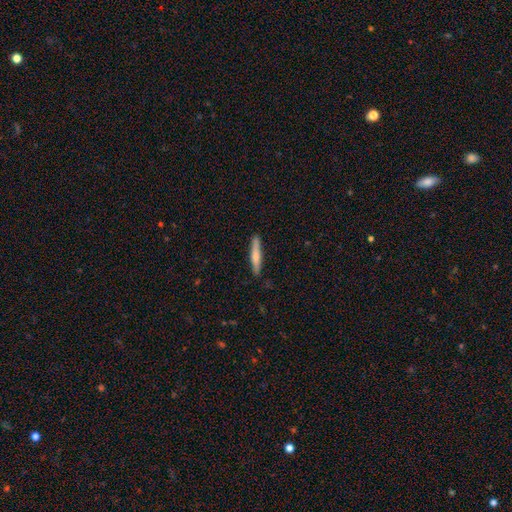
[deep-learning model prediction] smooth_or_featured: smooth (p=0.65) [alt: featured or disk p=0.30]
how_rounded: cigar-shaped (p=0.93) [alt: in between p=0.06]
merging: none (p=0.89) [alt: minor disturbance p=0.08]